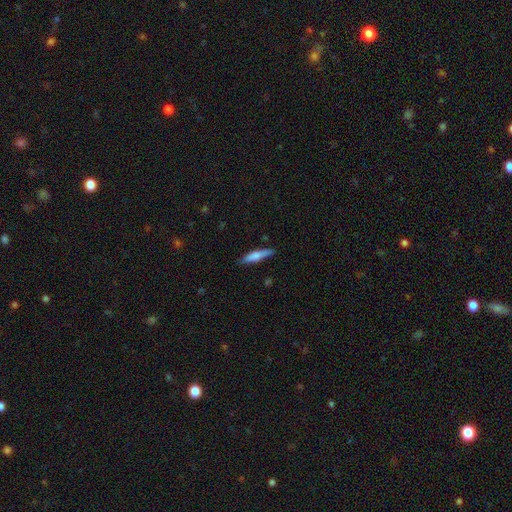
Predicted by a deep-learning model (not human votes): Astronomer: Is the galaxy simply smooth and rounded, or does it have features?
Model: smooth — 65%.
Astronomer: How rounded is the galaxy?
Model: cigar-shaped — 84%.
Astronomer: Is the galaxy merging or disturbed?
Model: none — 84%.